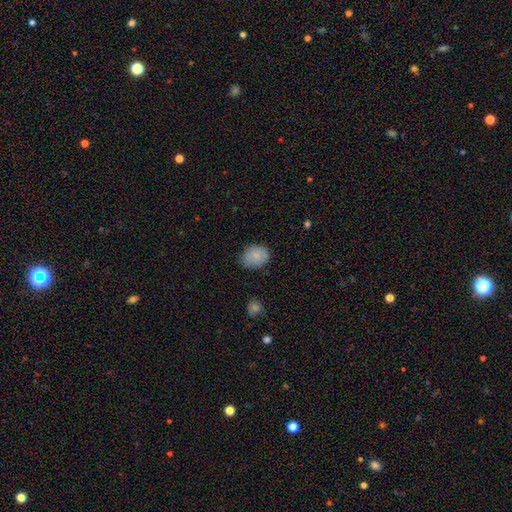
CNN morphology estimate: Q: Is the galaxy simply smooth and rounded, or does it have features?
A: smooth — 83%.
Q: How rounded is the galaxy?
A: round — 52%.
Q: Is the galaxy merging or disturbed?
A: none — 75%.